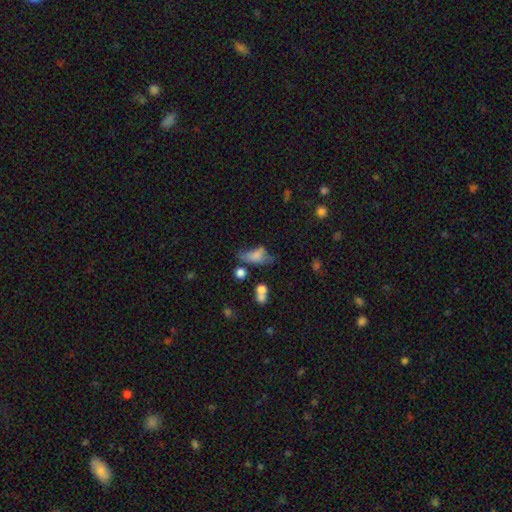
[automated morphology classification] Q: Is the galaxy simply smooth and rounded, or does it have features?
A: smooth — 65%.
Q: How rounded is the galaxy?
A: in between — 79%.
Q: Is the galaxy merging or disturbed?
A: none — 30%.